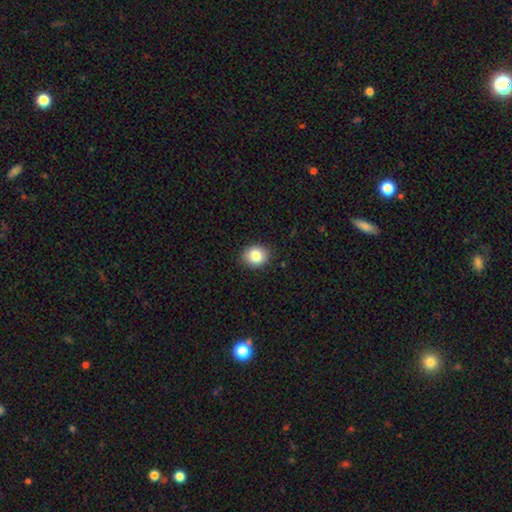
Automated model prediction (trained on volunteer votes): Smooth or featured? smooth (83%)
How rounded? round (73%)
Merging? none (90%)